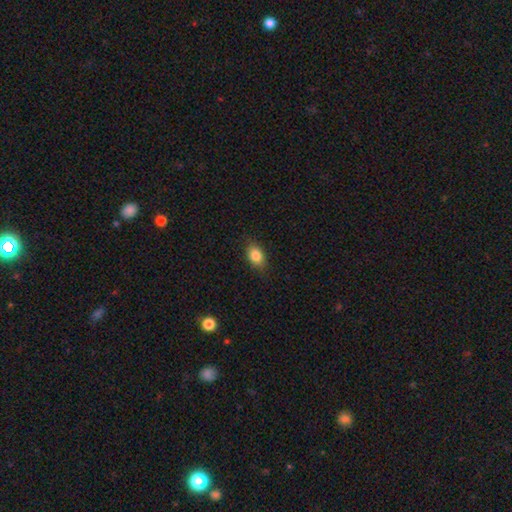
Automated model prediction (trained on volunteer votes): Smooth or featured: smooth — 84% (star or artifact — 9%)
How rounded: in between — 78% (round — 19%)
Merging: none — 83% (minor disturbance — 13%)